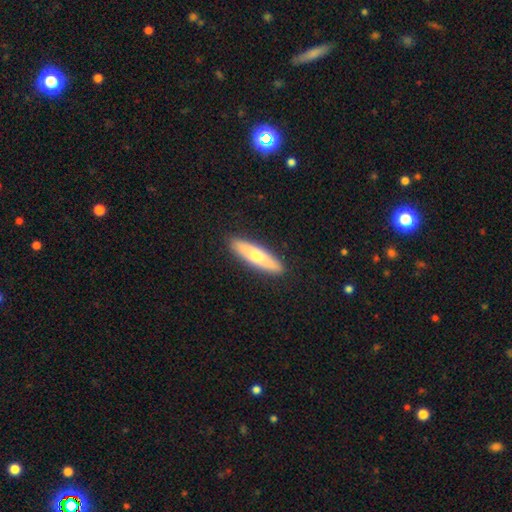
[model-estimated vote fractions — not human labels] A smooth galaxy with no disk features (61%) that is cigar-shaped (79%). Merging: none (91%).